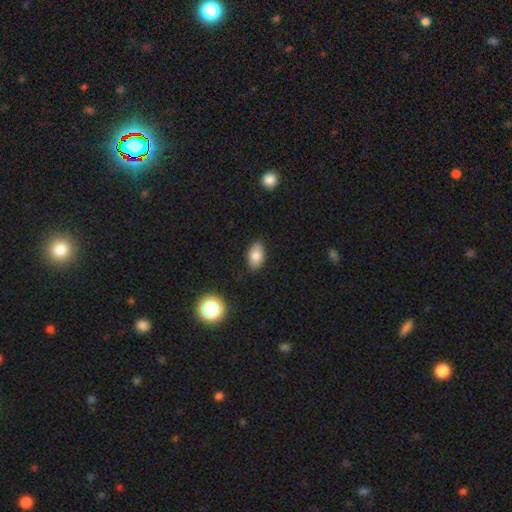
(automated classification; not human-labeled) Smooth or featured? smooth (79%)
How rounded? in between (90%)
Merging? none (84%)